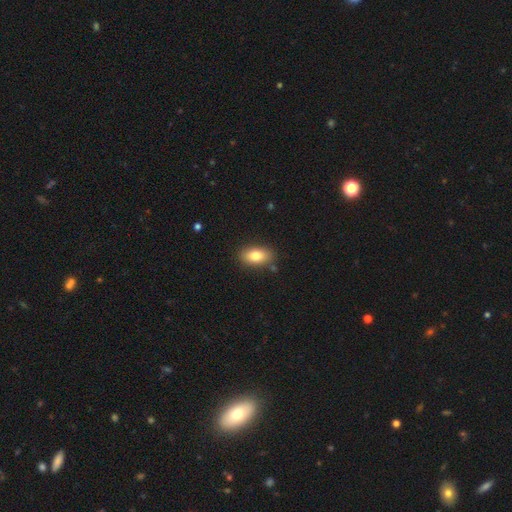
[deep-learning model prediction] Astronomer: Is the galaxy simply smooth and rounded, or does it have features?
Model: smooth — 81%.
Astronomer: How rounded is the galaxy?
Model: in between — 89%.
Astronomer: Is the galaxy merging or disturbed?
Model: none — 83%.